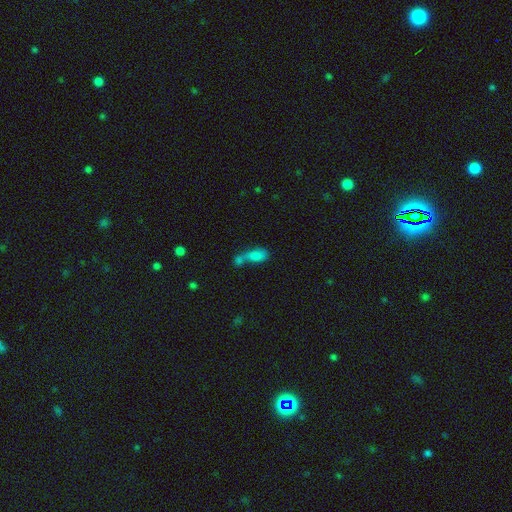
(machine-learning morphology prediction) smooth 75%, featured or disk 14%, star or artifact 11%. Down the decision tree: how rounded — in between (80%); merging — merger (63%).